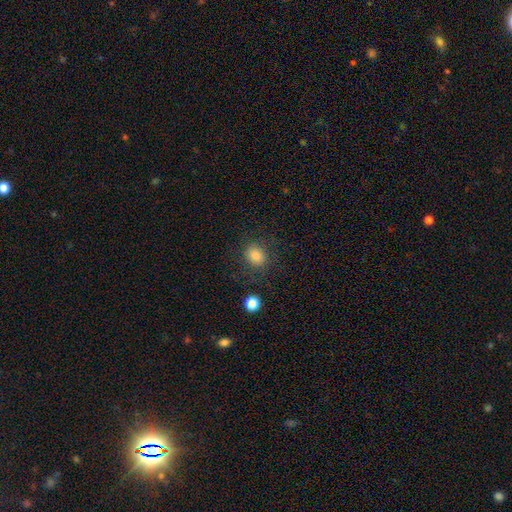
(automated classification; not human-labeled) The model was most divided on "how rounded": round: 72%, in between: 27%, cigar-shaped: 1%. More confident: smooth or featured — smooth (81%); merging — none (80%).